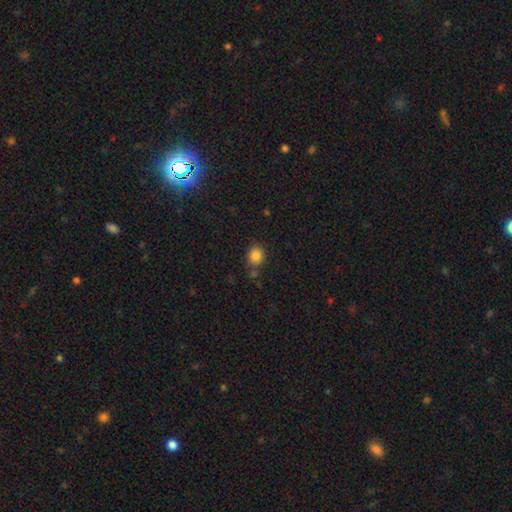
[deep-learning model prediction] Smooth or featured: smooth — 85% (star or artifact — 11%)
How rounded: round — 75% (in between — 24%)
Merging: none — 75% (minor disturbance — 13%)